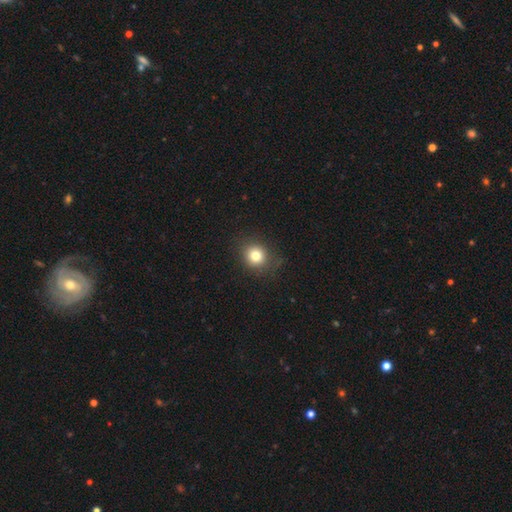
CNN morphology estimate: Smooth or featured? smooth (78%)
How rounded? round (83%)
Merging? none (83%)